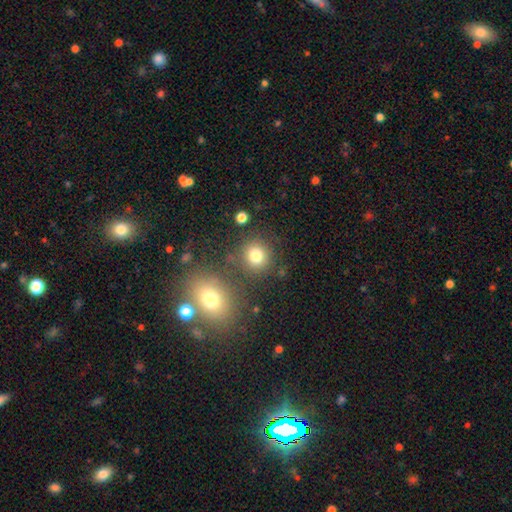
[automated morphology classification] smooth 79%, star or artifact 14%, featured or disk 7%. Down the decision tree: how rounded — round (88%); merging — none (77%).